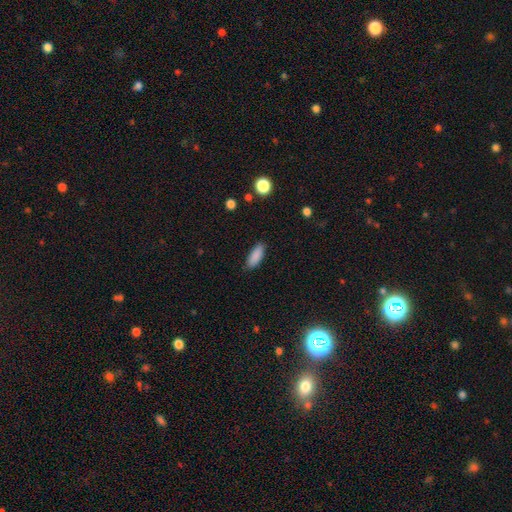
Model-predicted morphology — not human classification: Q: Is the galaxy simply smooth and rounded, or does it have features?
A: smooth — 89%.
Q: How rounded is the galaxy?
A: in between — 69%.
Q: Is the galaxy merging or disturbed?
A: none — 86%.